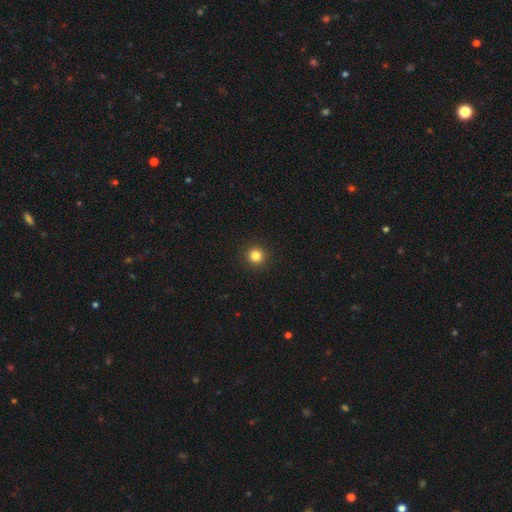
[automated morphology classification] smooth-or-featured: smooth: 83% | star or artifact: 13% | featured or disk: 4%
  how-rounded: round: 95% | in between: 4% | cigar-shaped: 1%
  merging: none: 93% | minor disturbance: 4% | major disturbance: 2% | merger: 1%